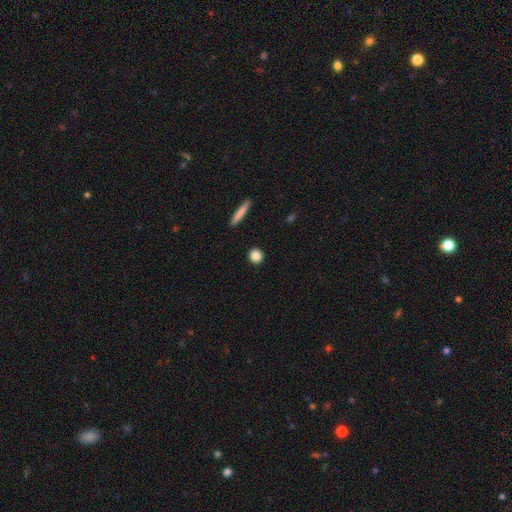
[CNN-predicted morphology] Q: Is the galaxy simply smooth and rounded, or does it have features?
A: smooth — 86%.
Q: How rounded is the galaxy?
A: round — 84%.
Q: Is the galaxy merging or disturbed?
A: none — 92%.